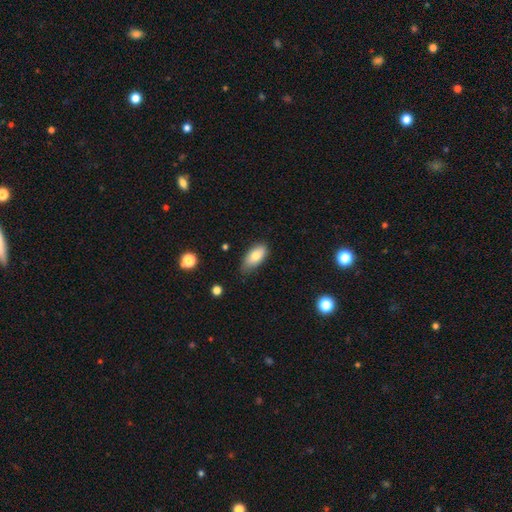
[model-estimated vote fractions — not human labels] smooth-or-featured: smooth: 79% | featured or disk: 14% | star or artifact: 7%
  how-rounded: in between: 90% | cigar-shaped: 7% | round: 3%
  merging: none: 70% | minor disturbance: 25% | major disturbance: 4% | merger: 2%